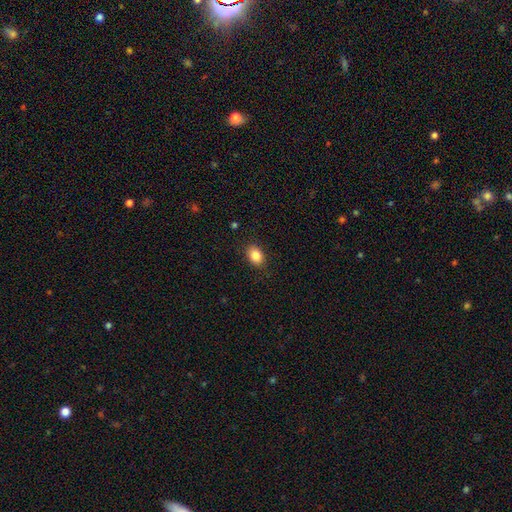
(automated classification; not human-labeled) This is clearly a smooth galaxy (86%). How rounded: likely in between (76%). Merging: clearly none (87%).